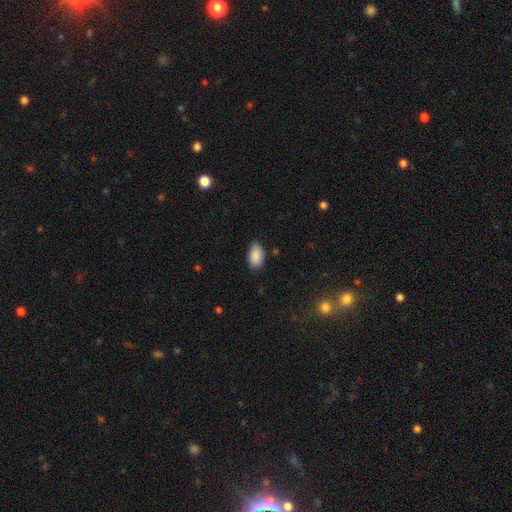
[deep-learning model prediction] Smooth or featured: smooth — 88% (star or artifact — 7%)
How rounded: in between — 94% (round — 5%)
Merging: none — 76% (minor disturbance — 20%)